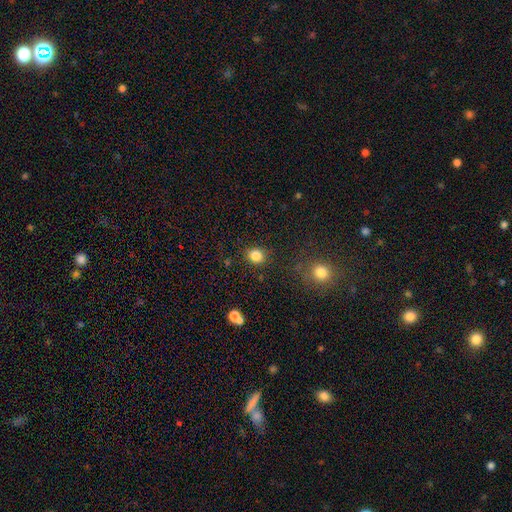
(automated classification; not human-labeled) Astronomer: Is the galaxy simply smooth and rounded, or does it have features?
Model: smooth — 84%.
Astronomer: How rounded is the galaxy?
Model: round — 76%.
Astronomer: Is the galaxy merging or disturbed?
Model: none — 86%.